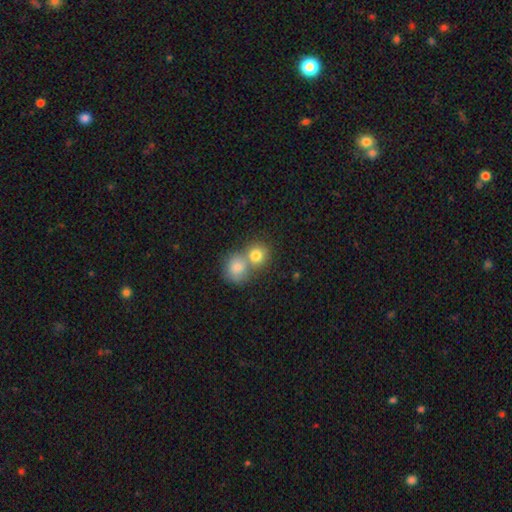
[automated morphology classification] smooth-or-featured: smooth: 80% | featured or disk: 10% | star or artifact: 10%
  how-rounded: round: 81% | in between: 18% | cigar-shaped: 1%
  merging: merger: 54% | none: 38% | minor disturbance: 6% | major disturbance: 3%